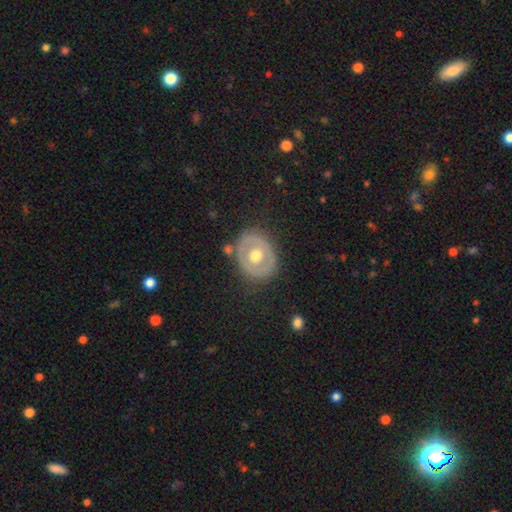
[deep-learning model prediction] Smooth or featured? Predicted: featured or disk (p=0.55). Edge-on disk? Predicted: no (p=0.93). Bar? Predicted: no (p=0.87). Spiral arms? Predicted: no (p=0.89). Bulge size? Predicted: moderate (p=0.76). Merging? Predicted: none (p=0.81).